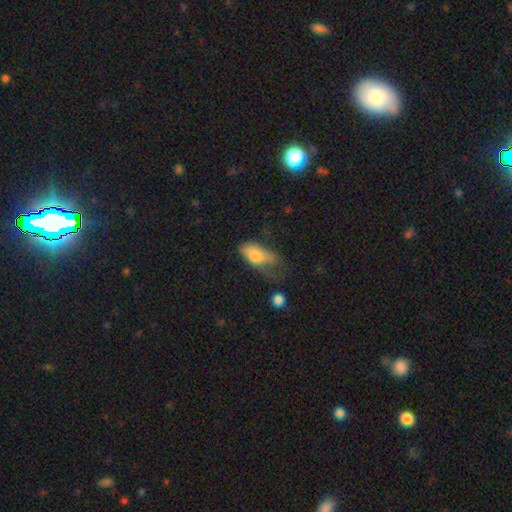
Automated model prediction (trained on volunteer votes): Smooth or featured?
  - smooth: 73% *
  - featured or disk: 19%
  - star or artifact: 8%
How rounded?
  - in between: 89% *
  - cigar-shaped: 6%
  - round: 4%
Merging?
  - major disturbance: 44% *
  - minor disturbance: 30%
  - none: 20%
  - merger: 7%